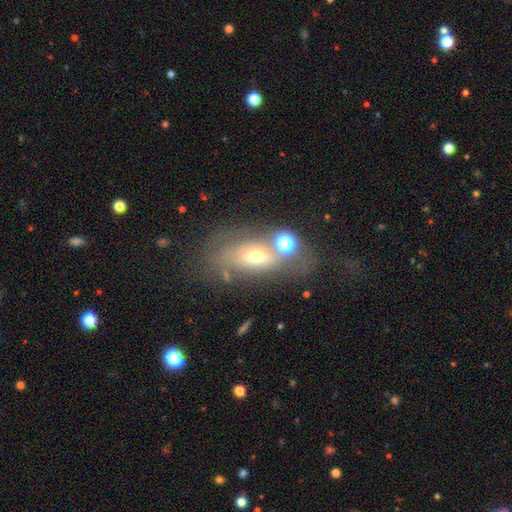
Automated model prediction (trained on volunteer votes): smooth 45%, featured or disk 40%, star or artifact 15%. Down the decision tree: merging — none (40%).